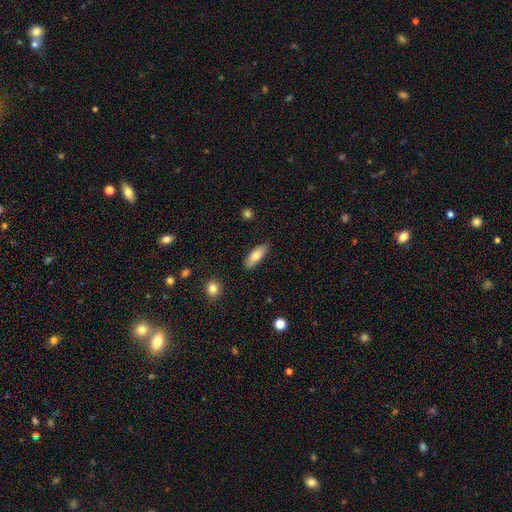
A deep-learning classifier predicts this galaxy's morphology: Q: Smooth or featured?
A: smooth (76%); runner-up: featured or disk (18%)
Q: How rounded?
A: in between (68%); runner-up: cigar-shaped (30%)
Q: Merging?
A: none (86%); runner-up: minor disturbance (11%)